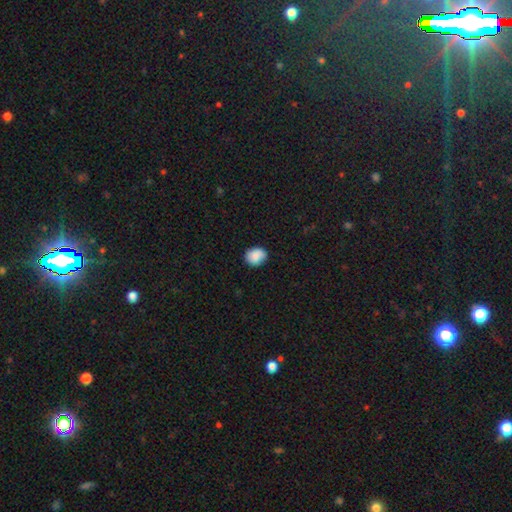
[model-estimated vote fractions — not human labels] A smooth galaxy with no disk features (86%) that is round (62%).

Vote fractions:
- Smooth or featured? smooth: 86% / star or artifact: 8% / featured or disk: 6%
- How rounded? round: 62% / in between: 37% / cigar-shaped: 1%
- Merging? none: 81% / minor disturbance: 15% / major disturbance: 3% / merger: 1%